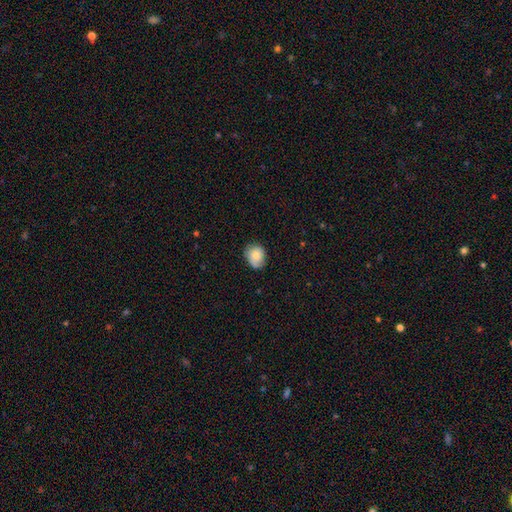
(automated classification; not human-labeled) Smooth or featured: smooth — 77% (featured or disk — 15%)
How rounded: round — 59% (in between — 40%)
Merging: none — 67% (minor disturbance — 26%)